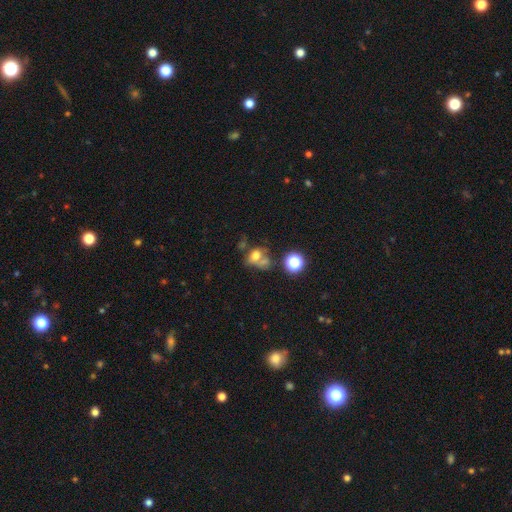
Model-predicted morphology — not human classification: Smooth or featured: smooth — 62% (featured or disk — 20%)
How rounded: in between — 50% (round — 48%)
Merging: merger — 40% (none — 30%)